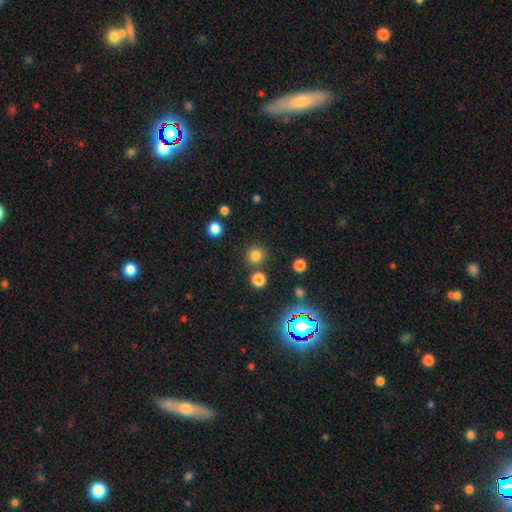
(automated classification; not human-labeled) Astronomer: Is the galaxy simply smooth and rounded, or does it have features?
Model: smooth — 77%.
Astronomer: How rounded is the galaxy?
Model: round — 93%.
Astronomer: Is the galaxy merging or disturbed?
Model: none — 82%.